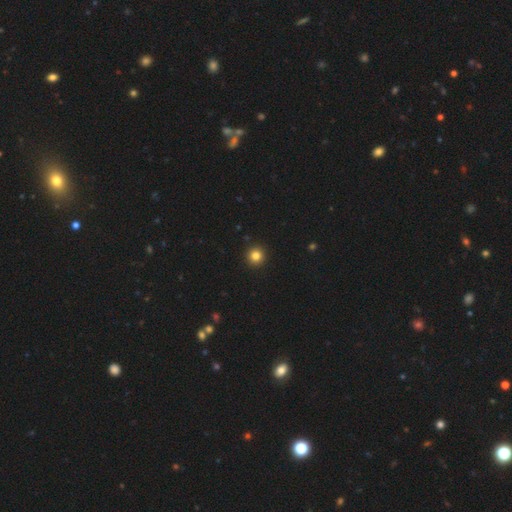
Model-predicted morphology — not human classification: A smooth galaxy with no disk features (84%) that is round (96%). Merging: none (94%).